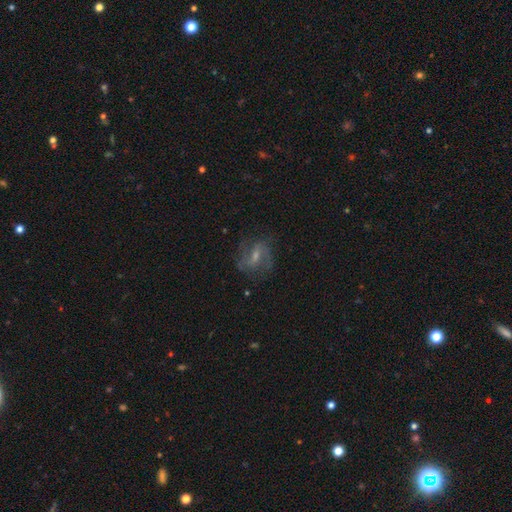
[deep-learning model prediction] This appears to be a featured or disk galaxy (72%) with a weak bar (51%), 2 (71%) medium (49%) spiral arms (90%) and a small central bulge (51%). Merging: none (75%).